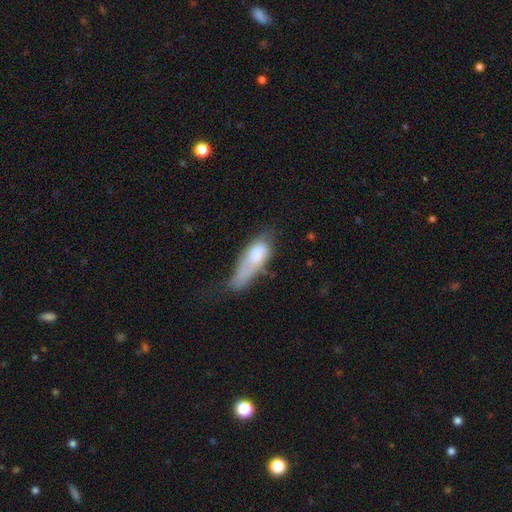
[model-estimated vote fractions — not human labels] Overall: smooth (68%). How rounded: in between (67%; cigar-shaped 29%). Merging: major disturbance (36%; minor disturbance 31%).